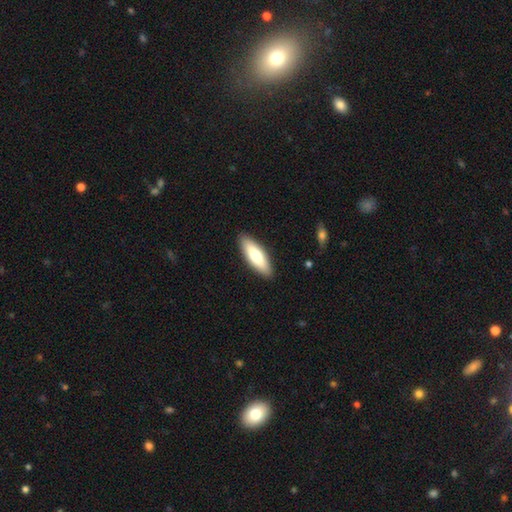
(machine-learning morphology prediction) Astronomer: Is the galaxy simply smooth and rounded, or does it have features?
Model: smooth — 69%.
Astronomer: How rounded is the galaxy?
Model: in between — 55% (runner-up: cigar-shaped, 43%).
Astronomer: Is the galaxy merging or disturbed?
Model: none — 90%.